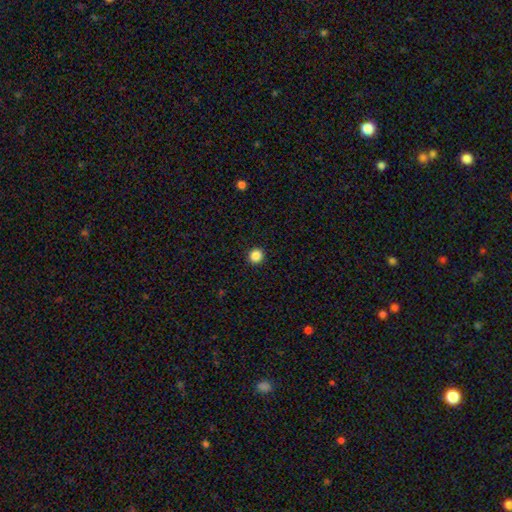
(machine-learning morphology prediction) This is clearly a smooth galaxy (87%). How rounded: clearly round (93%). Merging: clearly none (93%).